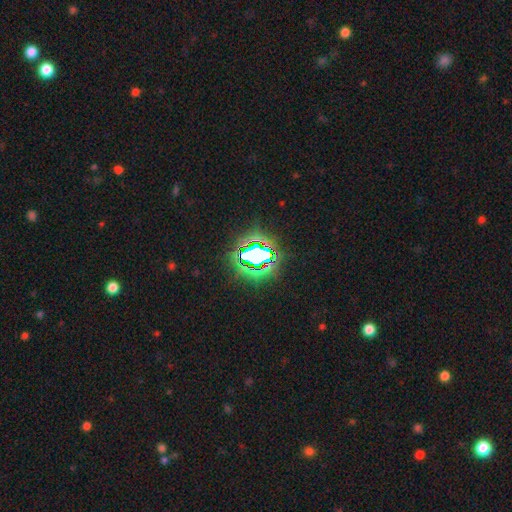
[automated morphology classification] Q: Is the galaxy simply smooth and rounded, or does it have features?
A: star or artifact — 68%.